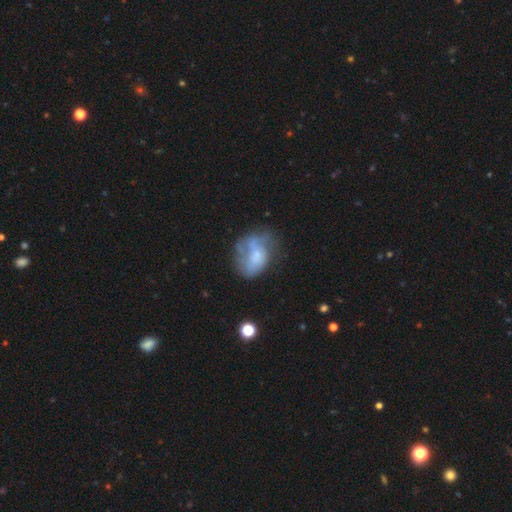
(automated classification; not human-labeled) smooth_or_featured: featured or disk (p=0.47) [alt: smooth p=0.43]
merging: none (p=0.36) [alt: major disturbance p=0.28]